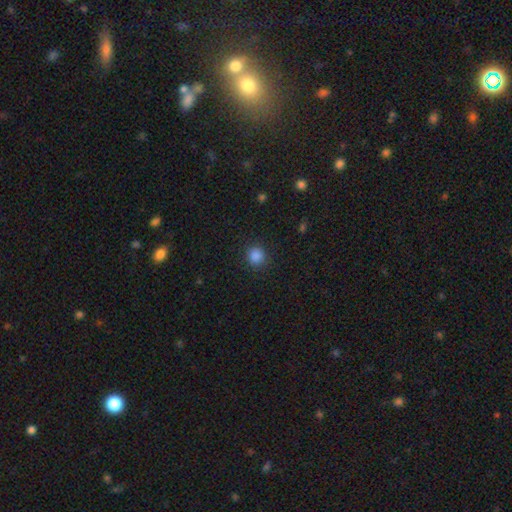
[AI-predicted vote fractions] smooth-or-featured: smooth: 86% | star or artifact: 11% | featured or disk: 3%
  how-rounded: round: 91% | in between: 8% | cigar-shaped: 1%
  merging: none: 89% | minor disturbance: 7% | major disturbance: 3% | merger: 1%